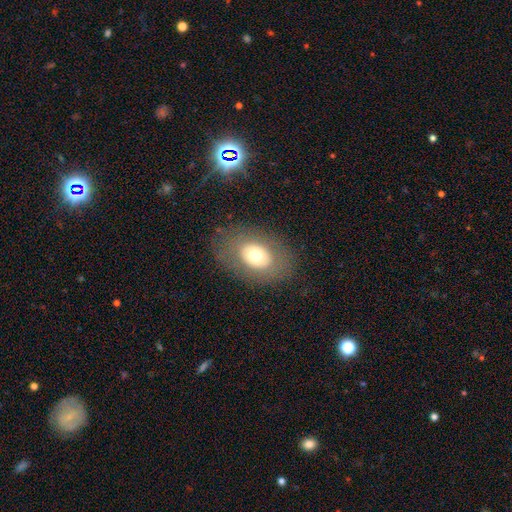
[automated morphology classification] smooth_or_featured: smooth (p=0.63) [alt: featured or disk p=0.28]
how_rounded: in between (p=0.75) [alt: round p=0.23]
merging: none (p=0.80) [alt: minor disturbance p=0.12]